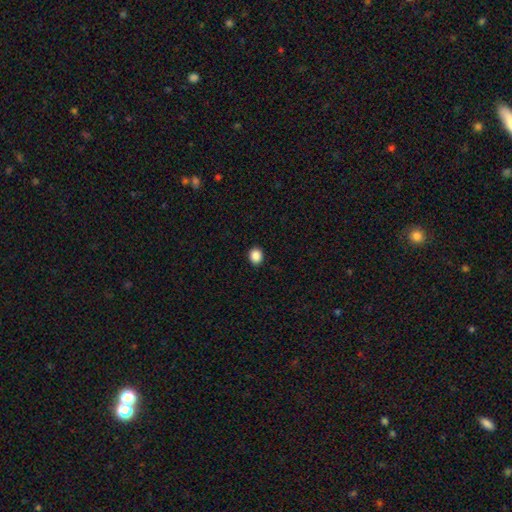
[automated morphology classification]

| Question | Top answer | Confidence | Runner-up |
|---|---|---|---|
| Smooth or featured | smooth | 88% | star or artifact (9%) |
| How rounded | round | 63% | in between (36%) |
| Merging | none | 92% | minor disturbance (6%) |